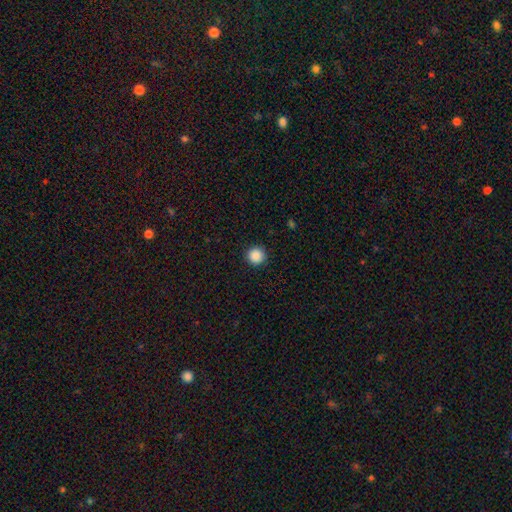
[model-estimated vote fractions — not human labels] smooth-or-featured: smooth: 88% | star or artifact: 9% | featured or disk: 2%
  how-rounded: round: 96% | in between: 3% | cigar-shaped: 1%
  merging: none: 92% | minor disturbance: 5% | major disturbance: 2% | merger: 1%